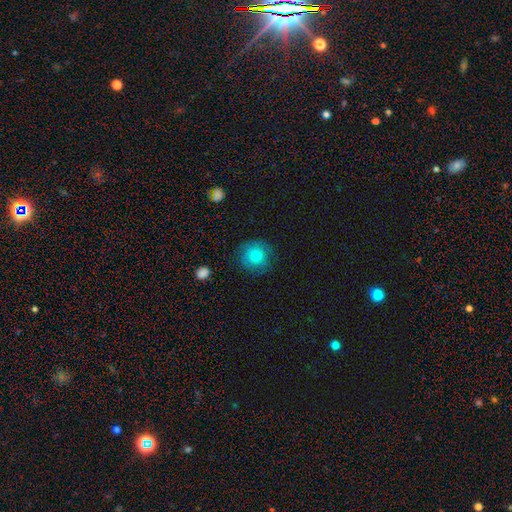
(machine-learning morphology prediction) This appears to be a smooth galaxy with no disk features (81%) that is round (92%). Merging: none (80%).